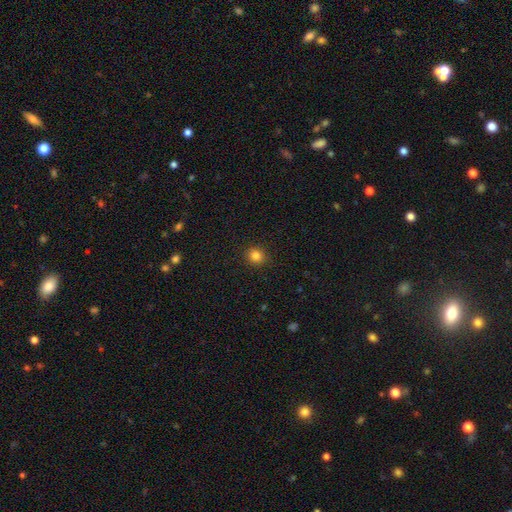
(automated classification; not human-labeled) smooth_or_featured: smooth (p=0.82) [alt: star or artifact p=0.13]
how_rounded: round (p=0.87) [alt: in between p=0.12]
merging: none (p=0.91) [alt: minor disturbance p=0.06]